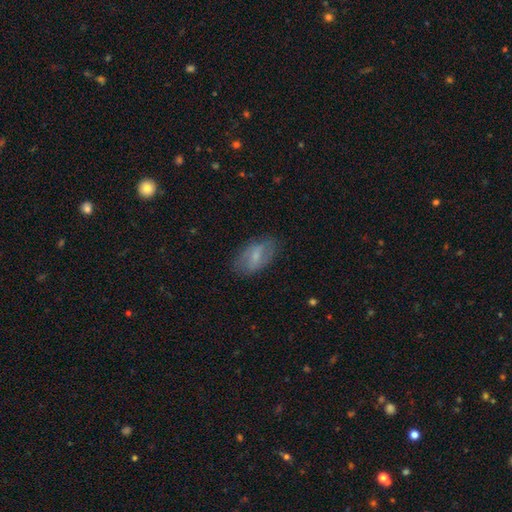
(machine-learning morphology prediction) Overall: smooth (53%; featured or disk 39%). How rounded: in between (90%). Merging: none (76%).